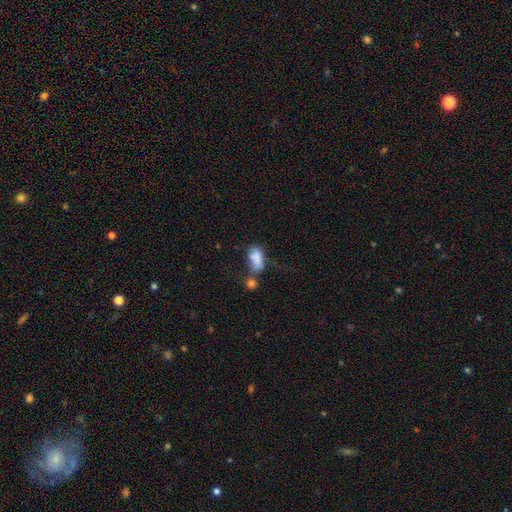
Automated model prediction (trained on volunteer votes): Q: Smooth or featured?
A: smooth (74%); runner-up: featured or disk (16%)
Q: How rounded?
A: in between (86%); runner-up: cigar-shaped (8%)
Q: Merging?
A: merger (36%); runner-up: none (24%)